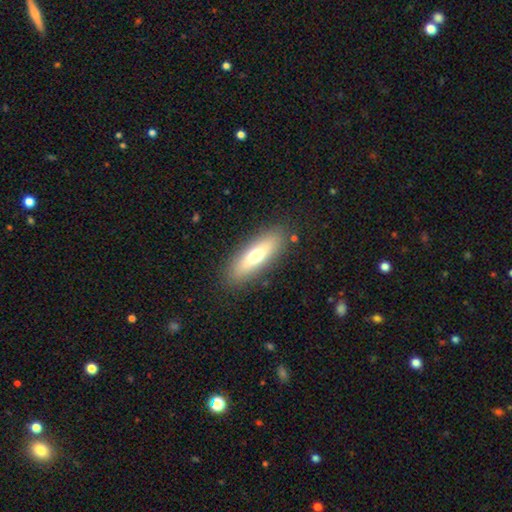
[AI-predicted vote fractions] smooth-or-featured: smooth: 64% | featured or disk: 30% | star or artifact: 7%
  how-rounded: cigar-shaped: 50% | in between: 47% | round: 2%
  merging: none: 87% | minor disturbance: 9% | major disturbance: 3% | merger: 1%